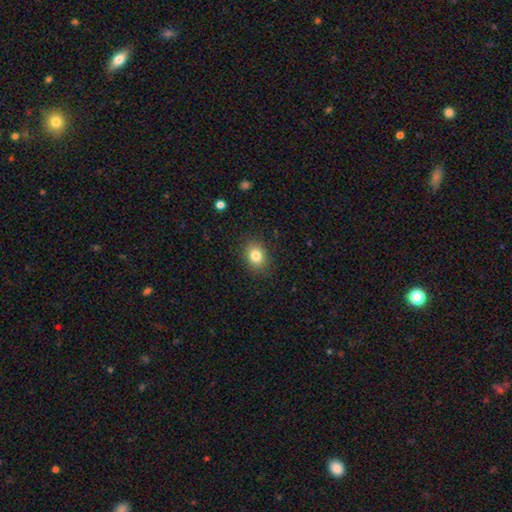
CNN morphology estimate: This is clearly a smooth galaxy (82%). How rounded: possibly in between (54%). Merging: clearly none (86%).